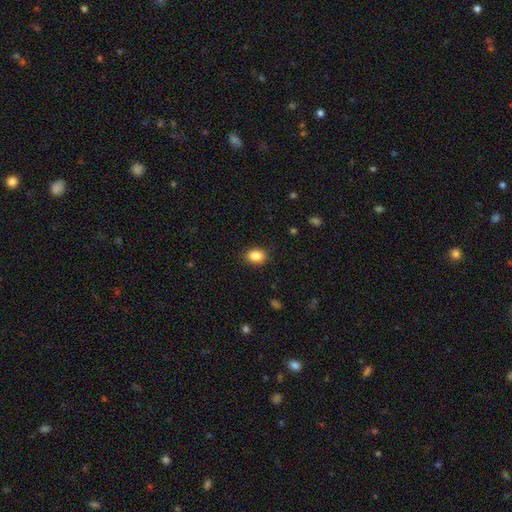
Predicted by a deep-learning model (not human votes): This is clearly a smooth galaxy (87%). How rounded: likely in between (72%). Merging: clearly none (87%).